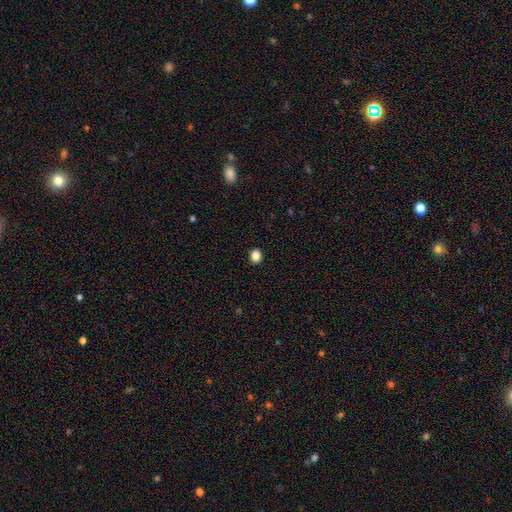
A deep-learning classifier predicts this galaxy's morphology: Smooth or featured: smooth — 85% (star or artifact — 11%)
How rounded: round — 55% (in between — 44%)
Merging: none — 91% (minor disturbance — 6%)